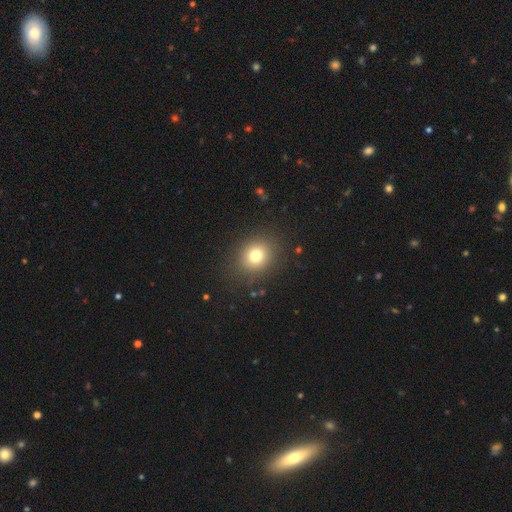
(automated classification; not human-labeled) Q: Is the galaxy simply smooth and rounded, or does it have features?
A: smooth — 76%.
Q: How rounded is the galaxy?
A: round — 72%.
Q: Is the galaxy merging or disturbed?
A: none — 86%.